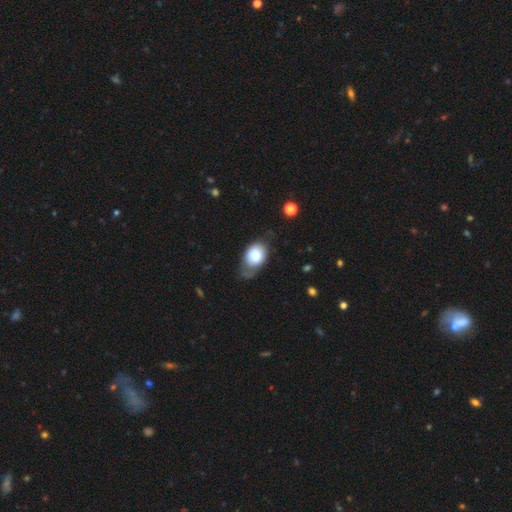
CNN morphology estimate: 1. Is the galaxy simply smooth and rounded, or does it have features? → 73% smooth, 19% featured or disk, 8% star or artifact.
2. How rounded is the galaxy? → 74% in between, 25% round, 1% cigar-shaped.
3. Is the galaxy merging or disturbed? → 45% none, 35% minor disturbance, 17% major disturbance, 3% merger.